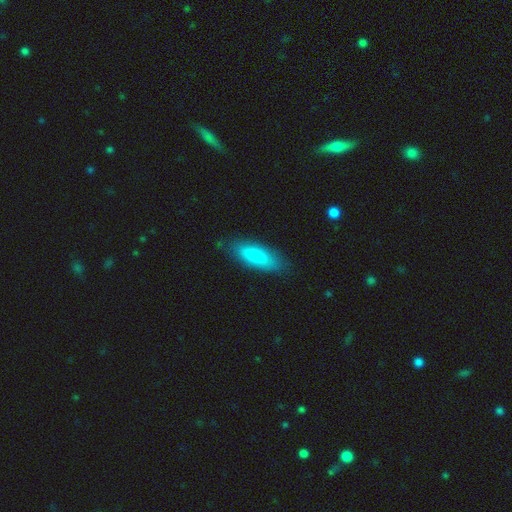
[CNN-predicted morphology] A smooth galaxy with no disk features (84%) that is in between round and cigar-shaped (63%).

Vote fractions:
- Smooth or featured? smooth: 84% / featured or disk: 10% / star or artifact: 6%
- How rounded? in between: 63% / cigar-shaped: 35% / round: 2%
- Merging? none: 81% / minor disturbance: 14% / major disturbance: 3% / merger: 1%